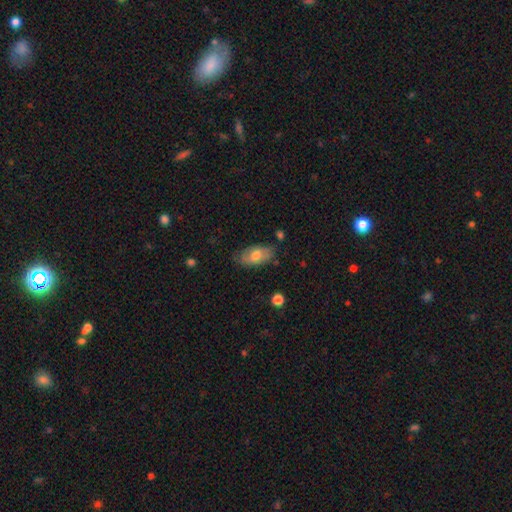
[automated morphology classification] The model was most divided on "smooth or featured": smooth: 68%, featured or disk: 25%, star or artifact: 6%. More confident: how rounded — in between (92%); merging — none (73%).